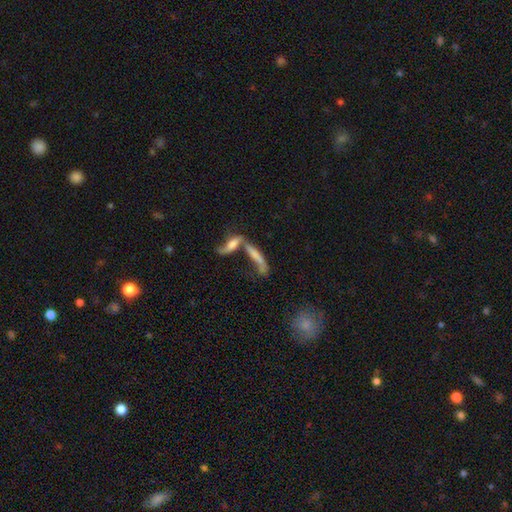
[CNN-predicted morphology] Smooth or featured: smooth — 50% (featured or disk — 39%)
How rounded: cigar-shaped — 76% (in between — 22%)
Merging: merger — 59% (none — 21%)